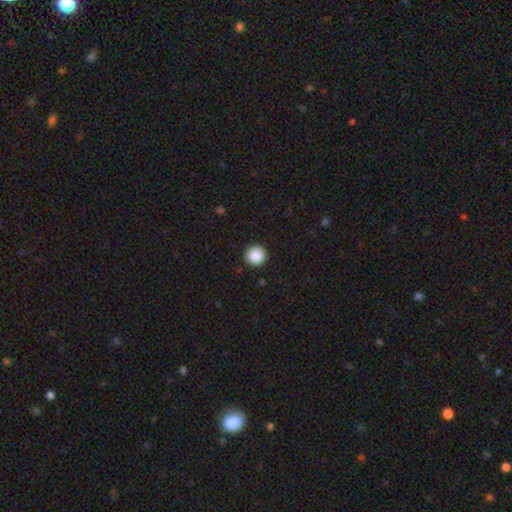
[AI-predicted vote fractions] Smooth or featured? Predicted: smooth (p=0.88). How rounded? Predicted: round (p=0.95). Merging? Predicted: none (p=0.93).